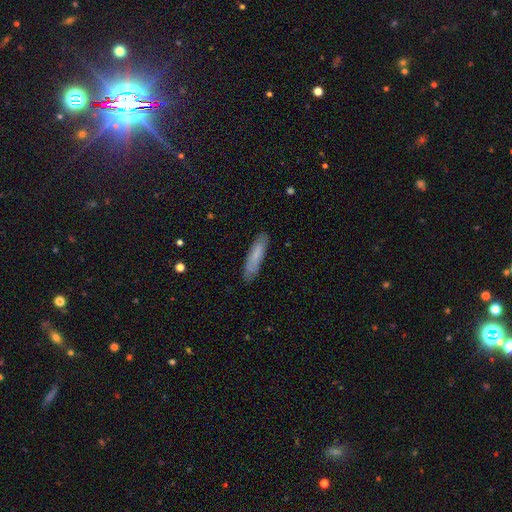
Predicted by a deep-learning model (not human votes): This appears to be a smooth galaxy with no disk features (70%) that is cigar-shaped (76%). Merging: none (82%).